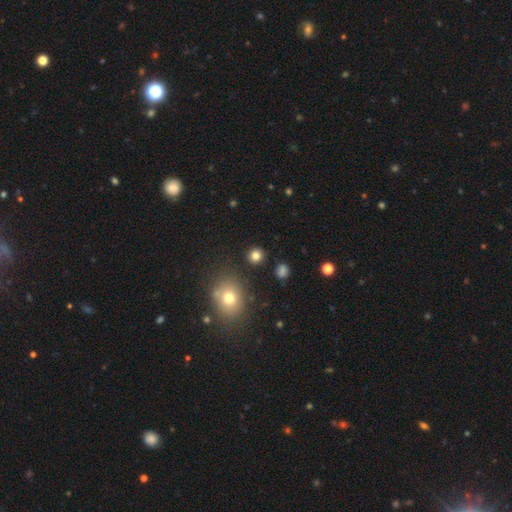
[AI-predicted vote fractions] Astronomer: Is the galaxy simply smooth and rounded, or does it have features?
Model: smooth — 82%.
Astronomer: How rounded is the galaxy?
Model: round — 90%.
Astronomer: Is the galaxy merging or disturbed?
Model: none — 89%.